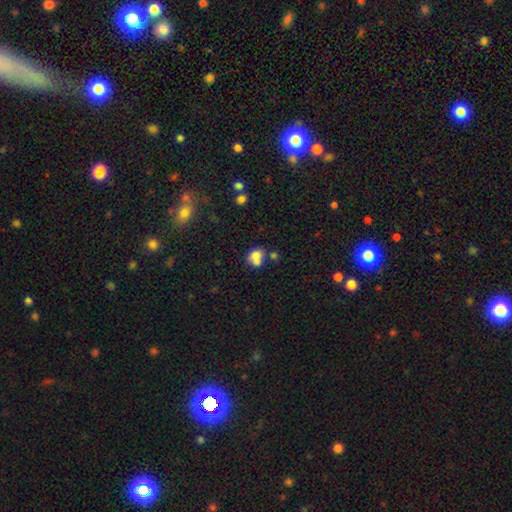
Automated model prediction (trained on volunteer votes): Smooth or featured? Predicted: smooth (p=0.72). How rounded? Predicted: round (p=0.51). Merging? Predicted: merger (p=0.50).